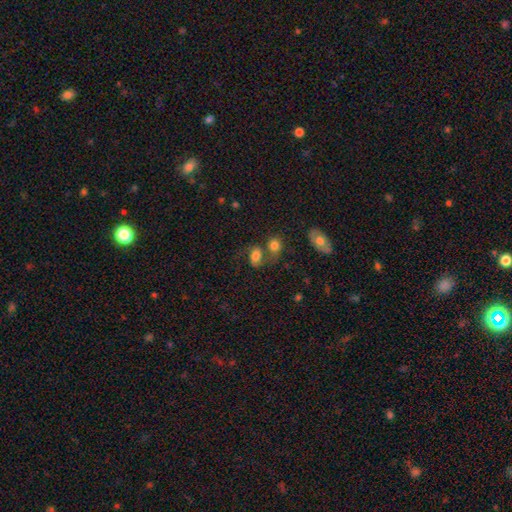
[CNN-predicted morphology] This appears to be a smooth galaxy with no disk features (55%) that is in between round and cigar-shaped (68%). Merging: merger (40%).